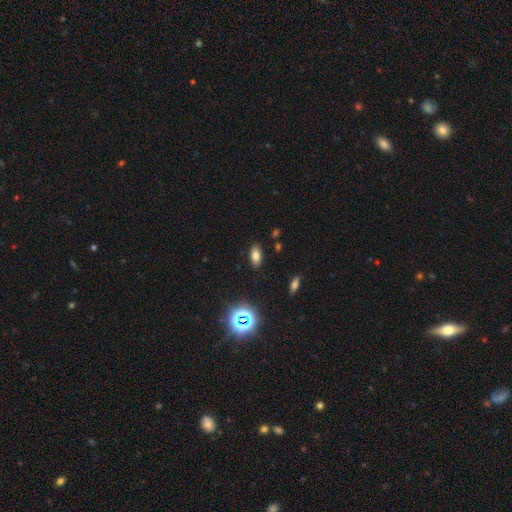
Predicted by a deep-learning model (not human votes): Smooth or featured?
  - smooth: 72% *
  - star or artifact: 17%
  - featured or disk: 11%
How rounded?
  - in between: 87% *
  - round: 7%
  - cigar-shaped: 6%
Merging?
  - none: 88% *
  - minor disturbance: 8%
  - major disturbance: 2%
  - merger: 2%